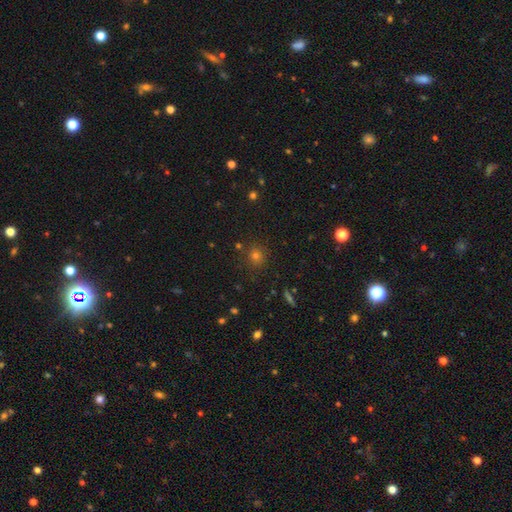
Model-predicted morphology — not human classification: A smooth galaxy with no disk features (67%) that is round (91%). Merging: none (87%).